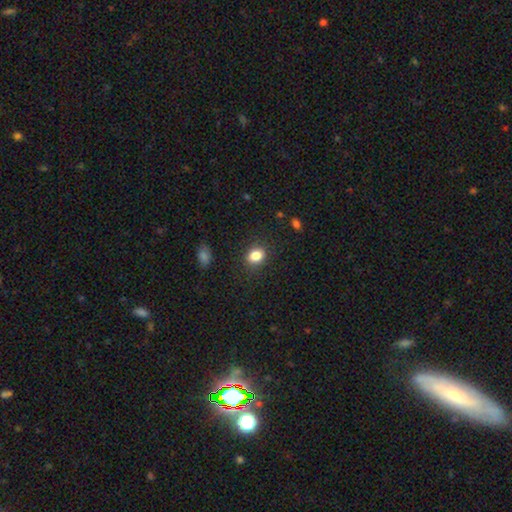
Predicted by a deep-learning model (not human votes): Smooth or featured?
  - smooth: 84% *
  - star or artifact: 10%
  - featured or disk: 5%
How rounded?
  - in between: 54% *
  - round: 45%
  - cigar-shaped: 1%
Merging?
  - none: 85% *
  - minor disturbance: 10%
  - major disturbance: 3%
  - merger: 1%